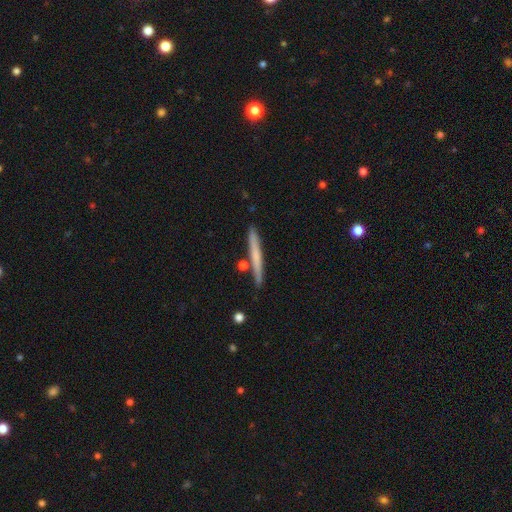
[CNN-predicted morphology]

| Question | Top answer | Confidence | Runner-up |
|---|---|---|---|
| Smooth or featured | smooth | 56% | featured or disk (38%) |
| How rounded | cigar-shaped | 97% | in between (2%) |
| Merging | none | 85% | minor disturbance (9%) |